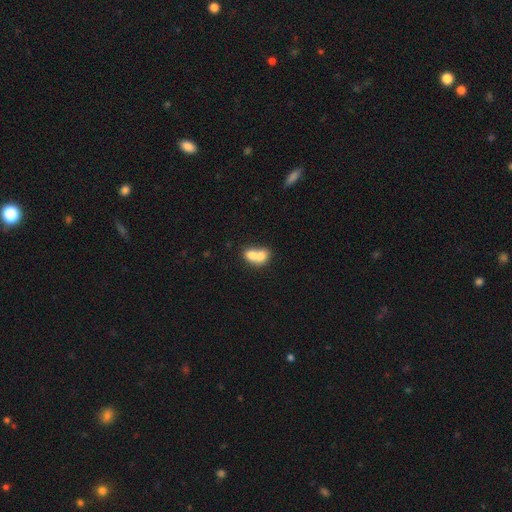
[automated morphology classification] Overall: smooth (70%). How rounded: in between (54%; round 45%). Merging: merger (77%).